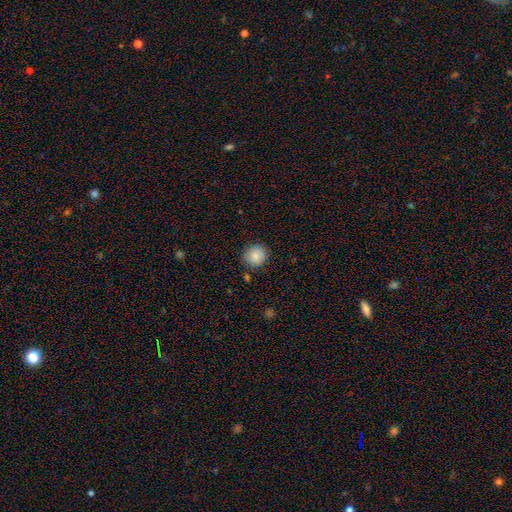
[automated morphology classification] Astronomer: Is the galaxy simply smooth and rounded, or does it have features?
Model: smooth — 88%.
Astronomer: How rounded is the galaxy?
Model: round — 88%.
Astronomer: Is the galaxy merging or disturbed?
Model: none — 87%.